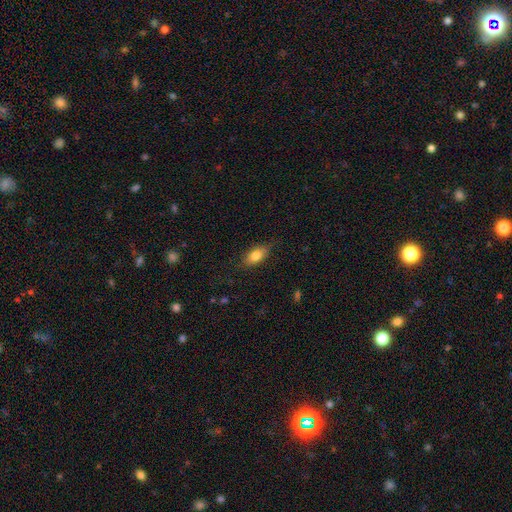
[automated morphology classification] Smooth or featured?
  - smooth: 80% *
  - featured or disk: 12%
  - star or artifact: 7%
How rounded?
  - in between: 87% *
  - cigar-shaped: 8%
  - round: 5%
Merging?
  - none: 80% *
  - minor disturbance: 15%
  - major disturbance: 3%
  - merger: 1%